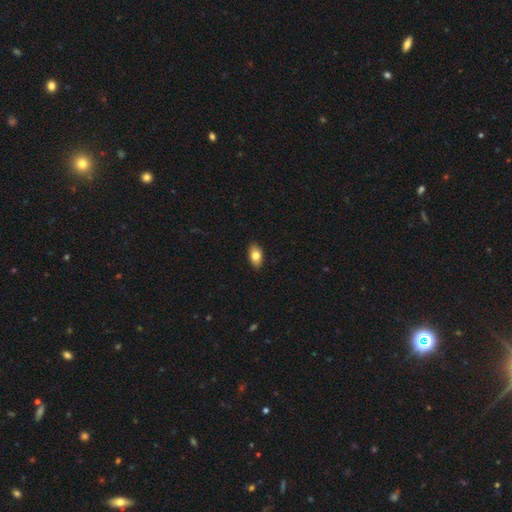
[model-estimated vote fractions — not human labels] Q: Smooth or featured?
A: smooth (79%); runner-up: featured or disk (14%)
Q: How rounded?
A: in between (90%); runner-up: round (7%)
Q: Merging?
A: none (88%); runner-up: minor disturbance (10%)